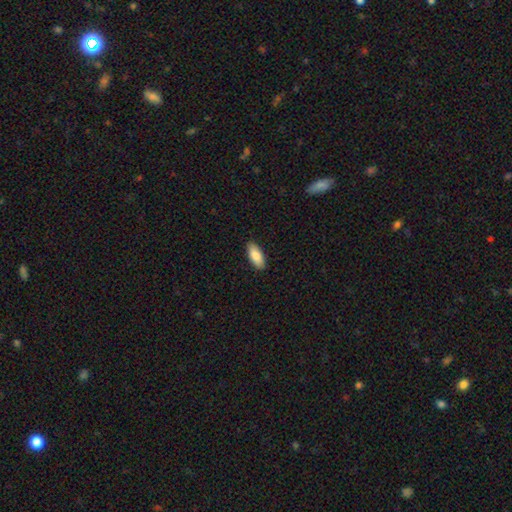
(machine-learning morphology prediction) Smooth or featured?
  - smooth: 86% *
  - featured or disk: 8%
  - star or artifact: 6%
How rounded?
  - in between: 84% *
  - cigar-shaped: 14%
  - round: 2%
Merging?
  - none: 90% *
  - minor disturbance: 8%
  - major disturbance: 2%
  - merger: 1%